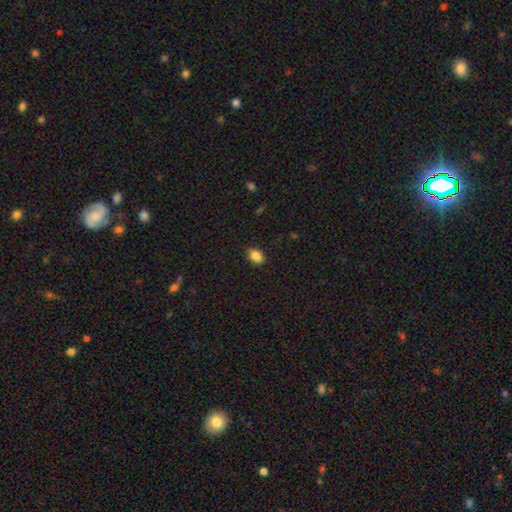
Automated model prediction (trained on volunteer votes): Smooth or featured?
  - smooth: 87% *
  - star or artifact: 9%
  - featured or disk: 4%
How rounded?
  - in between: 77% *
  - round: 22%
  - cigar-shaped: 1%
Merging?
  - none: 86% *
  - minor disturbance: 11%
  - major disturbance: 2%
  - merger: 1%